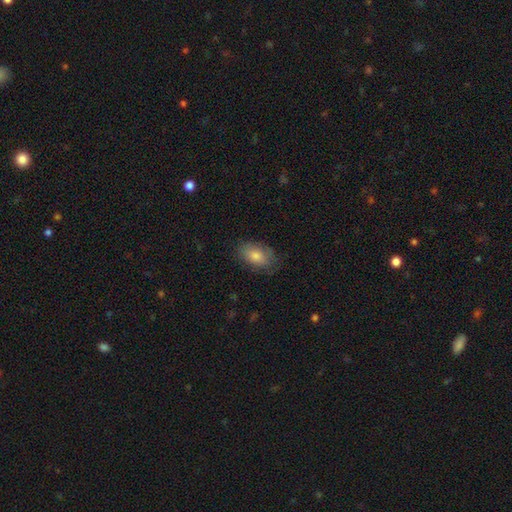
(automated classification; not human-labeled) Smooth or featured: smooth — 76% (featured or disk — 15%)
How rounded: in between — 89% (round — 9%)
Merging: none — 78% (minor disturbance — 17%)